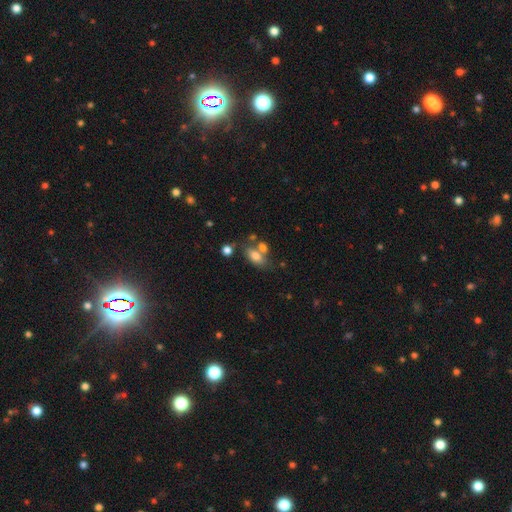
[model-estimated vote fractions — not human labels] Smooth or featured?
  - smooth: 75% *
  - featured or disk: 15%
  - star or artifact: 10%
How rounded?
  - in between: 86% *
  - round: 9%
  - cigar-shaped: 5%
Merging?
  - none: 48% *
  - merger: 32%
  - minor disturbance: 15%
  - major disturbance: 6%